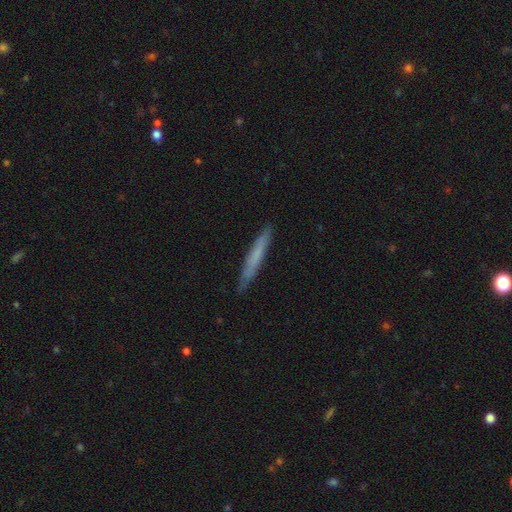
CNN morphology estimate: type=smooth (63%); roundness=cigar-shaped (96%); merging=none (88%).